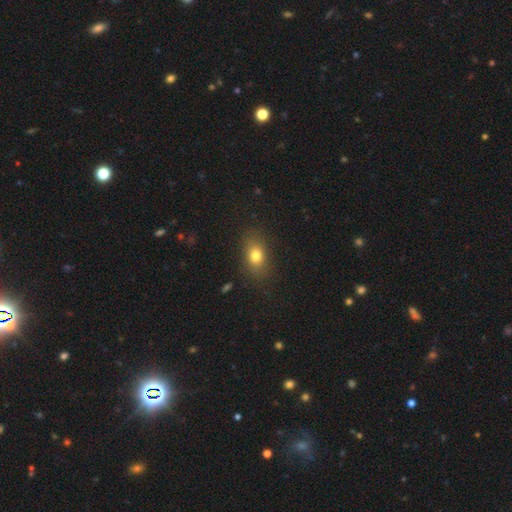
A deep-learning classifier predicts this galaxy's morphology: smooth-or-featured: smooth: 78% | star or artifact: 11% | featured or disk: 11%
  how-rounded: in between: 72% | round: 25% | cigar-shaped: 3%
  merging: none: 80% | minor disturbance: 14% | major disturbance: 5% | merger: 1%